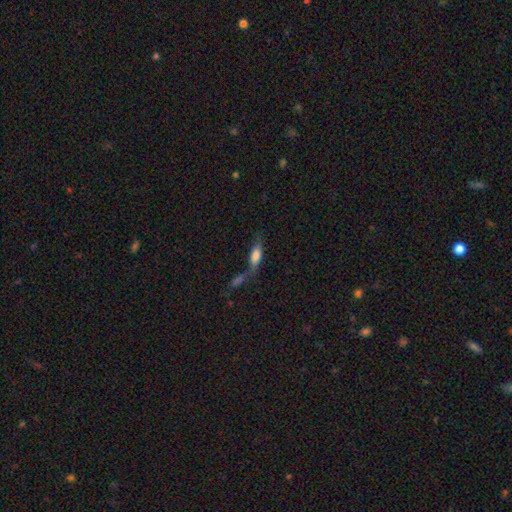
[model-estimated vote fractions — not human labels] Smooth or featured?
  - smooth: 72% *
  - featured or disk: 19%
  - star or artifact: 8%
How rounded?
  - in between: 61% *
  - cigar-shaped: 36%
  - round: 3%
Merging?
  - merger: 46% *
  - none: 32%
  - minor disturbance: 13%
  - major disturbance: 9%